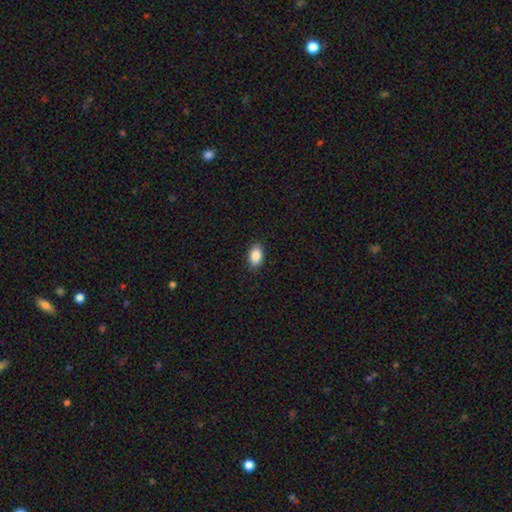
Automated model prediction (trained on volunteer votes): Overall: smooth (87%). How rounded: in between (92%). Merging: none (90%).